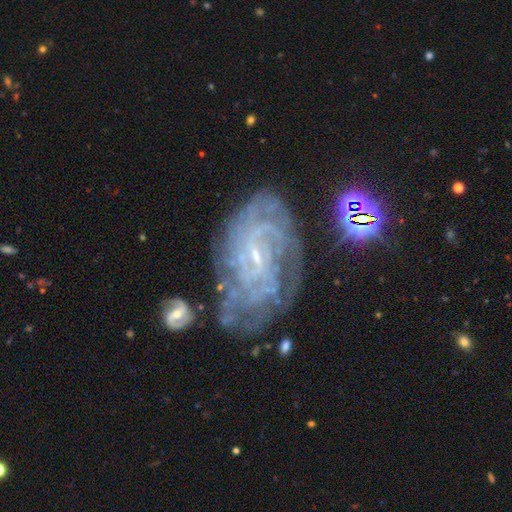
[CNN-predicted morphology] smooth-or-featured: featured or disk: 86% | star or artifact: 8% | smooth: 6%
  disk-edge-on: no: 97% | yes: 3%
    bar: no: 46% | weak: 40% | strong: 14%
    has-spiral-arms: yes: 96% | no: 4%
      spiral-winding: tight: 74% | medium: 21% | loose: 5%
      spiral-arm-count: can't tell: 33% | 4: 19% | more than 4: 16% | 3: 13% | 2: 12% | 1: 8%
    bulge-size: small: 85% | moderate: 8% | none: 5% | large: 1% | dominant: 1%
  merging: none: 66% | minor disturbance: 19% | major disturbance: 10% | merger: 5%